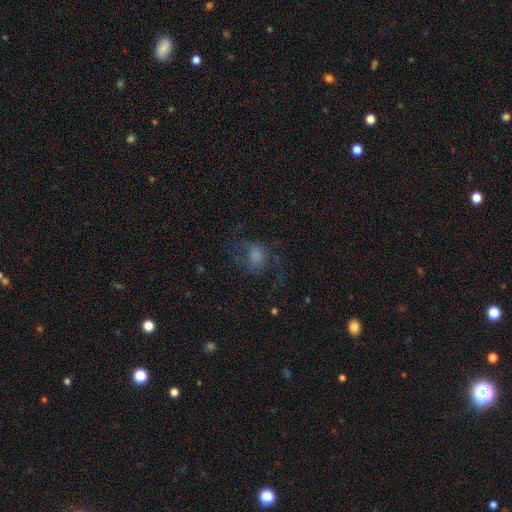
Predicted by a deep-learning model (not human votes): This appears to be a smooth galaxy with no disk features (54%) that is in between round and cigar-shaped (51%). Merging: none (40%).